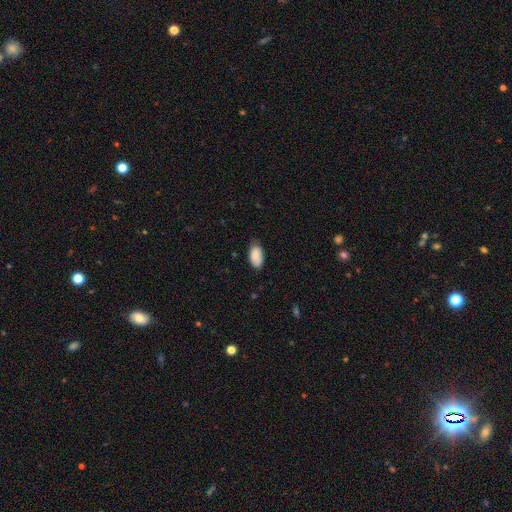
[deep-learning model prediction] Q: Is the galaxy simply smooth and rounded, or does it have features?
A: smooth — 88%.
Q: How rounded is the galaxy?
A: in between — 95%.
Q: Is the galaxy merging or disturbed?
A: none — 71%.